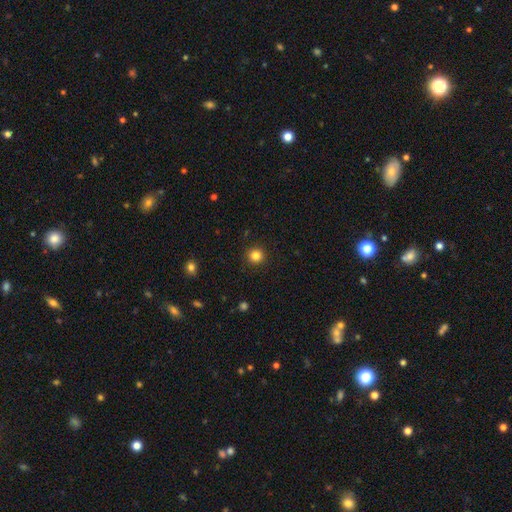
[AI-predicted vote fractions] Morphology: type=smooth (84%); roundness=round (94%); merging=none (92%).